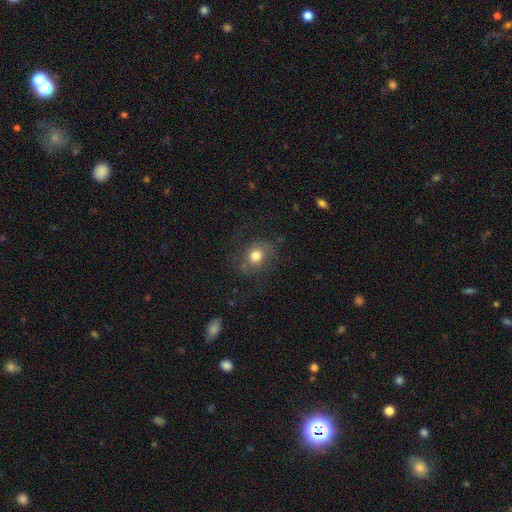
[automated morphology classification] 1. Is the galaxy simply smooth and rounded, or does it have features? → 70% smooth, 19% featured or disk, 12% star or artifact.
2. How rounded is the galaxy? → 73% round, 26% in between, 1% cigar-shaped.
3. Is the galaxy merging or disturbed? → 71% none, 17% minor disturbance, 11% major disturbance, 2% merger.